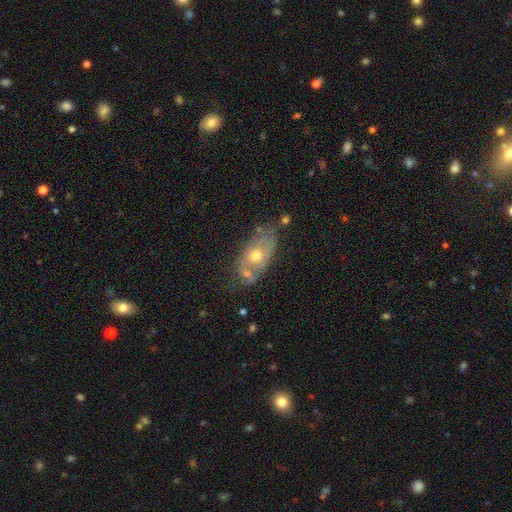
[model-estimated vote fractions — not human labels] Smooth or featured? featured or disk (53%)
Edge-on disk? no (85%)
Merging? none (57%)